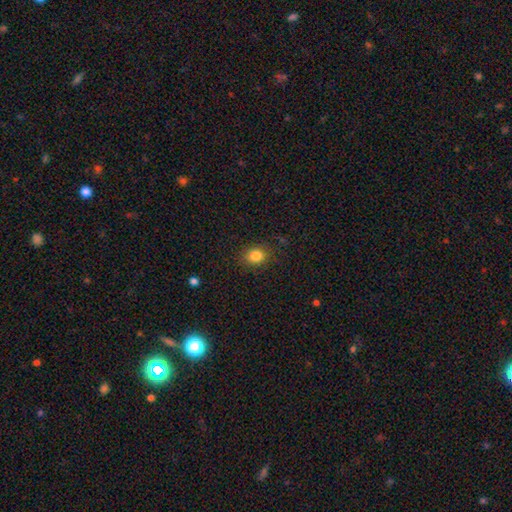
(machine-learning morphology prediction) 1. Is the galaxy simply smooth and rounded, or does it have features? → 83% smooth, 12% star or artifact, 5% featured or disk.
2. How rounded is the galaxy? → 66% round, 33% in between, 1% cigar-shaped.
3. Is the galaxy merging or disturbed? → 84% none, 11% minor disturbance, 4% major disturbance, 1% merger.